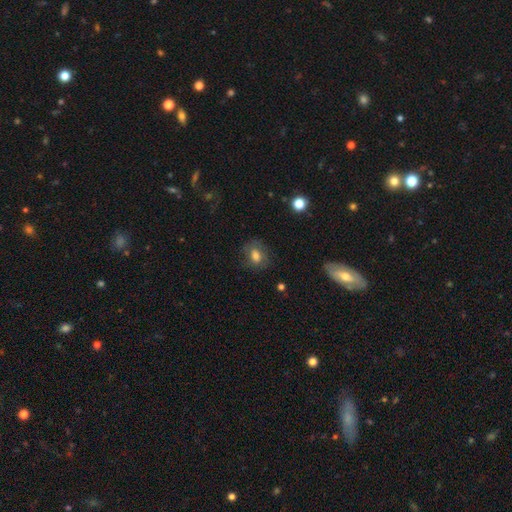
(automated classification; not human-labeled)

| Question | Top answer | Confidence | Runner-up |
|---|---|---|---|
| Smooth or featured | smooth | 66% | featured or disk (23%) |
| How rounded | in between | 57% | round (41%) |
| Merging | none | 69% | minor disturbance (19%) |